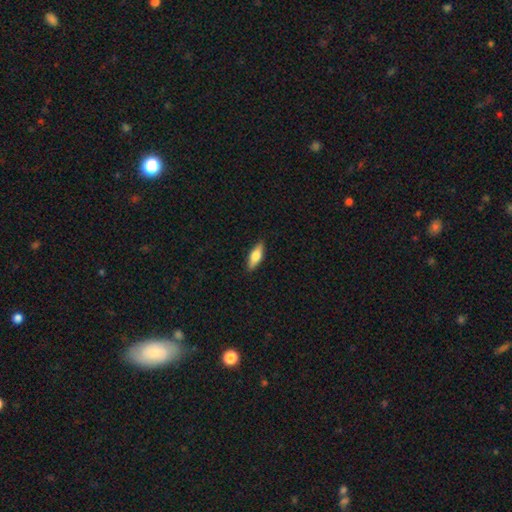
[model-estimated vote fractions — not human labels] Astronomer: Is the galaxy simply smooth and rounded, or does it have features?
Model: smooth — 66%.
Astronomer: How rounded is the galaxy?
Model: in between — 59% (runner-up: cigar-shaped, 39%).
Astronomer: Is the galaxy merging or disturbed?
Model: none — 89%.